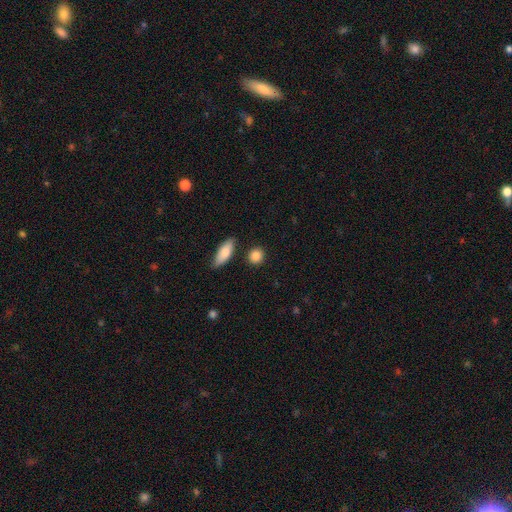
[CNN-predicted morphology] The model was most divided on "how rounded": round: 74%, in between: 21%, cigar-shaped: 5%. More confident: smooth or featured — smooth (86%); merging — none (85%).